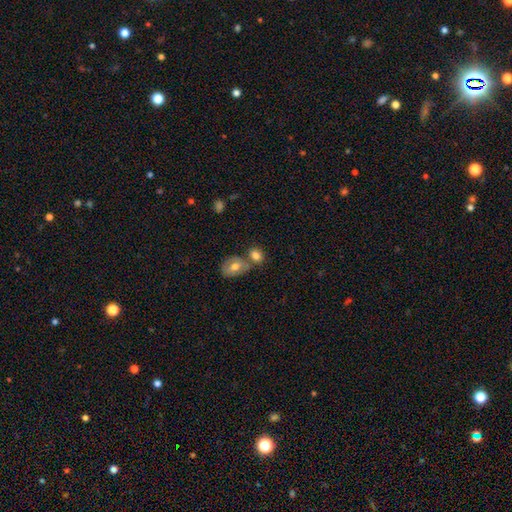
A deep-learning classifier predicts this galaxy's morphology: This is likely a smooth galaxy (80%). How rounded: possibly in between (59%). Merging: possibly none (47%).